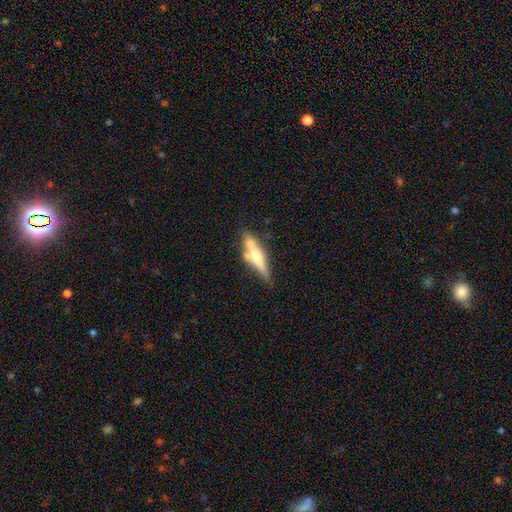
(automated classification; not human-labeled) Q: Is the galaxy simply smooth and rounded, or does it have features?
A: featured or disk — 50%.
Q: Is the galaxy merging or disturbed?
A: none — 58%.